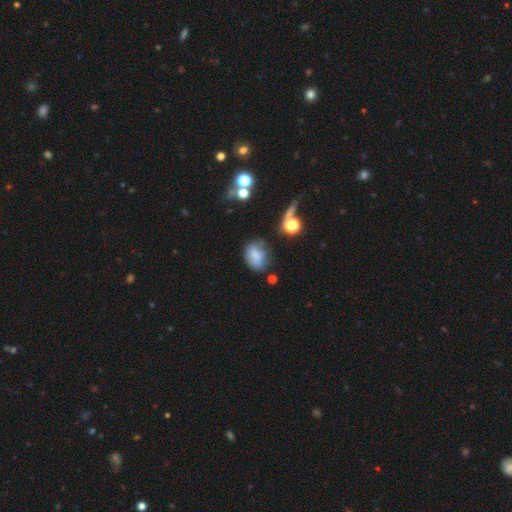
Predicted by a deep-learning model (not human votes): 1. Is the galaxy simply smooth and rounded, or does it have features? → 72% smooth, 15% featured or disk, 12% star or artifact.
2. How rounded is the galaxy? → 74% in between, 24% round, 2% cigar-shaped.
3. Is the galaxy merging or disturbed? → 50% none, 30% minor disturbance, 13% major disturbance, 7% merger.